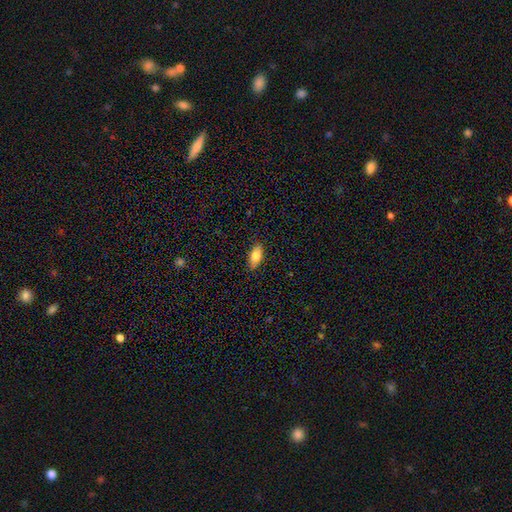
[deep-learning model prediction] This is likely a smooth galaxy (79%). How rounded: clearly in between (84%). Merging: clearly none (87%).